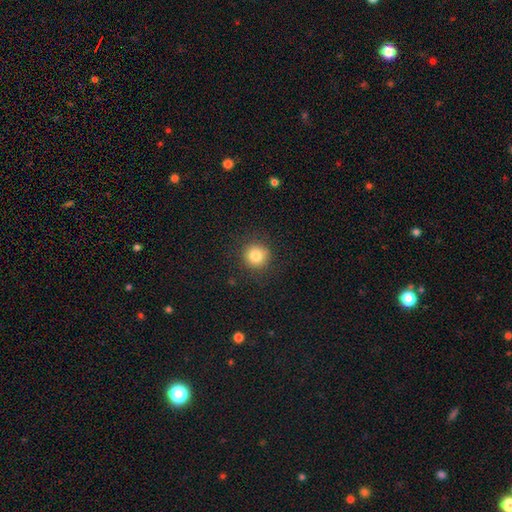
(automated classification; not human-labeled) Q: Smooth or featured?
A: smooth (83%); runner-up: star or artifact (10%)
Q: How rounded?
A: round (93%); runner-up: in between (6%)
Q: Merging?
A: none (88%); runner-up: minor disturbance (8%)